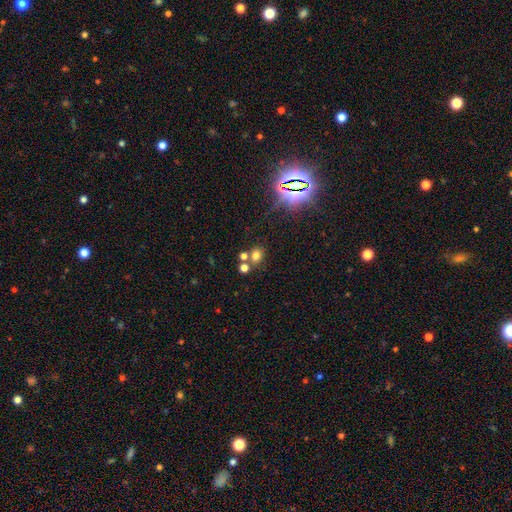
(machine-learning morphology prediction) Q: Smooth or featured?
A: smooth (68%); runner-up: star or artifact (23%)
Q: How rounded?
A: round (57%); runner-up: in between (42%)
Q: Merging?
A: none (62%); runner-up: merger (25%)